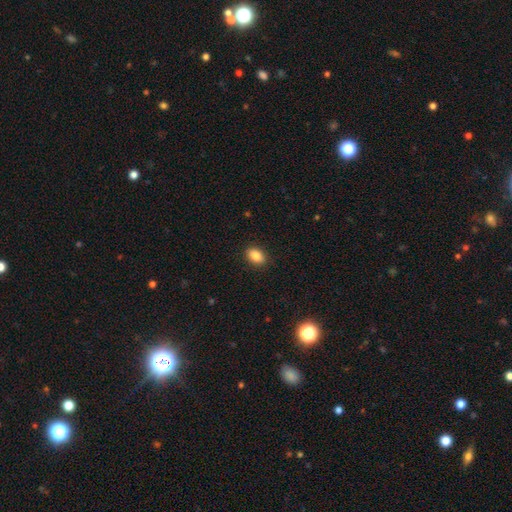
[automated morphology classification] type=smooth (87%); roundness=in between (85%); merging=none (89%).